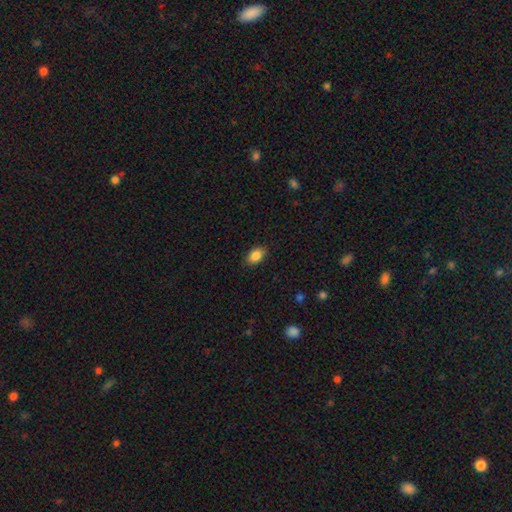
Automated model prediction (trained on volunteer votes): The model was most divided on "how rounded": in between: 87%, round: 11%, cigar-shaped: 2%. More confident: merging — none (88%); smooth or featured — smooth (87%).